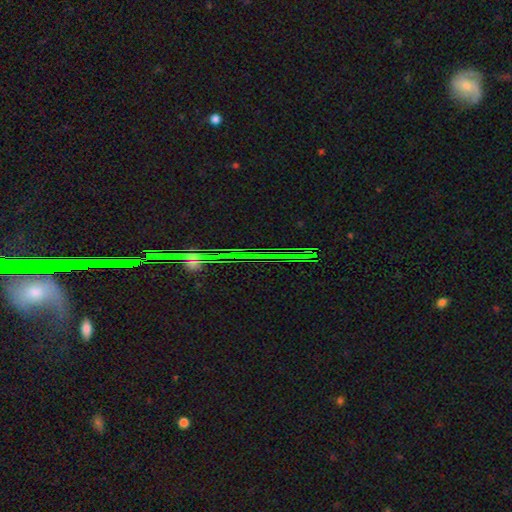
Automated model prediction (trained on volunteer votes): This is likely a star or artifact rather than a galaxy (73%).